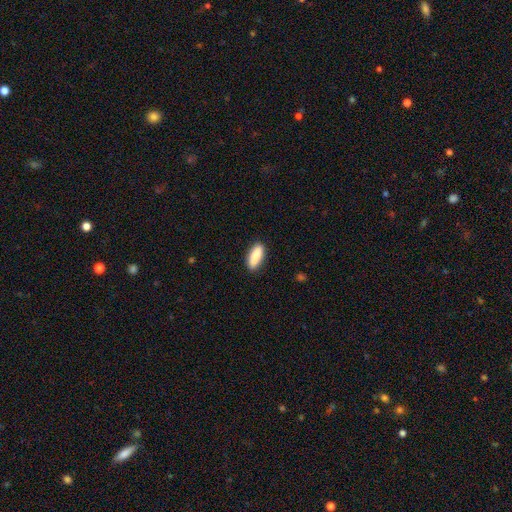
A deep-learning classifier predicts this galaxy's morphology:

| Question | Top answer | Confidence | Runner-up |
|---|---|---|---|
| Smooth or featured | smooth | 88% | featured or disk (6%) |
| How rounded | in between | 74% | cigar-shaped (24%) |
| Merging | none | 88% | minor disturbance (9%) |